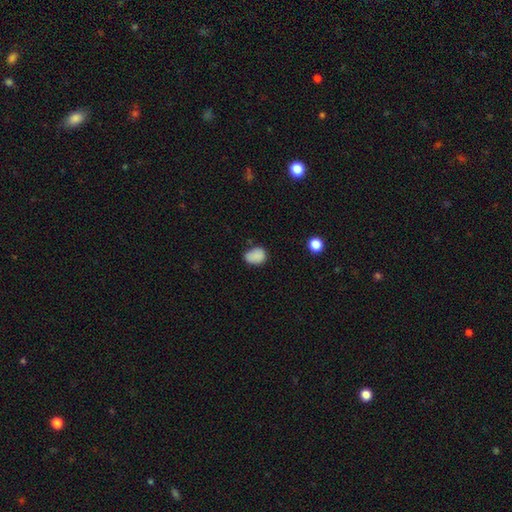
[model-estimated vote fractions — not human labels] A smooth galaxy with no disk features (84%) that is in between round and cigar-shaped (64%).

Vote fractions:
- Smooth or featured? smooth: 84% / star or artifact: 10% / featured or disk: 6%
- How rounded? in between: 64% / round: 35% / cigar-shaped: 1%
- Merging? none: 59% / minor disturbance: 30% / major disturbance: 7% / merger: 4%